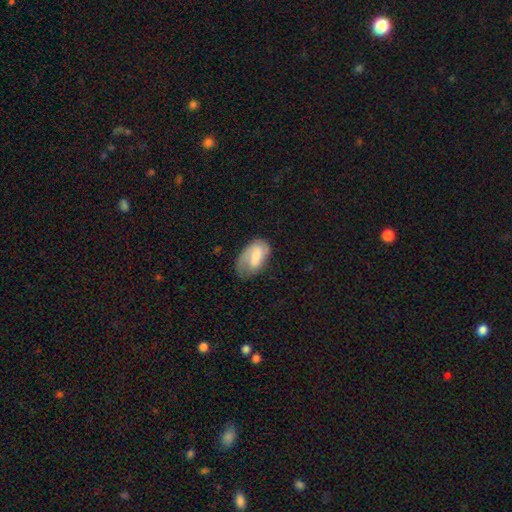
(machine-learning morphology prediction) This appears to be a smooth galaxy with no disk features (63%) that is in between round and cigar-shaped (93%). Merging: none (40%).